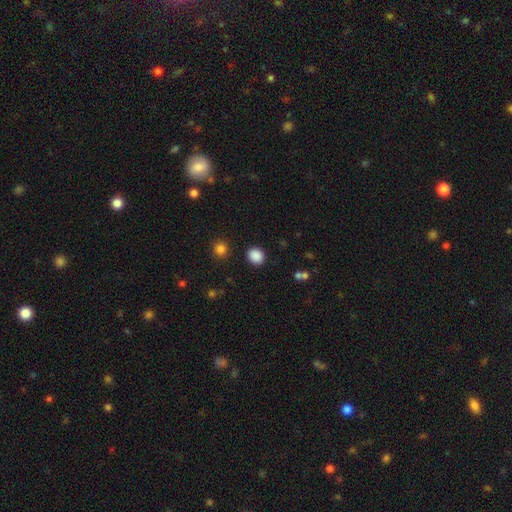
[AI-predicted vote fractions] smooth_or_featured: smooth (p=0.87) [alt: star or artifact p=0.10]
how_rounded: round (p=0.66) [alt: in between p=0.33]
merging: none (p=0.88) [alt: minor disturbance p=0.07]